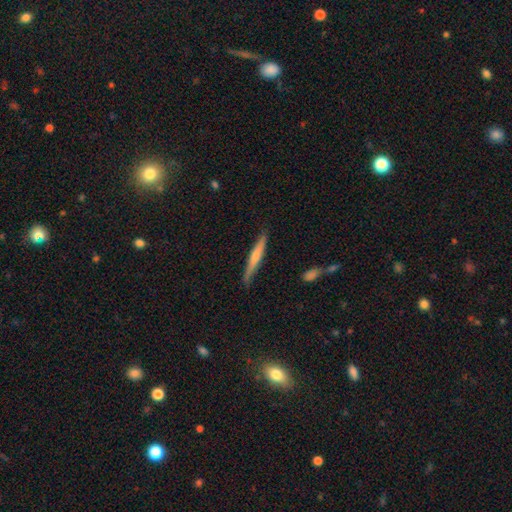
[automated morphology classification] A smooth galaxy with no disk features (57%) that is cigar-shaped (94%).

Vote fractions:
- Smooth or featured? smooth: 57% / featured or disk: 38% / star or artifact: 5%
- How rounded? cigar-shaped: 94% / in between: 4% / round: 1%
- Merging? none: 83% / minor disturbance: 12% / merger: 2% / major disturbance: 2%